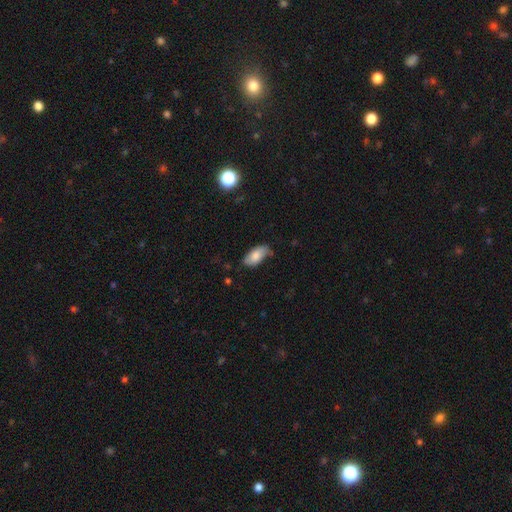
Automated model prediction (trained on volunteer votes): Smooth or featured? Predicted: smooth (p=0.80). How rounded? Predicted: in between (p=0.93). Merging? Predicted: none (p=0.67).